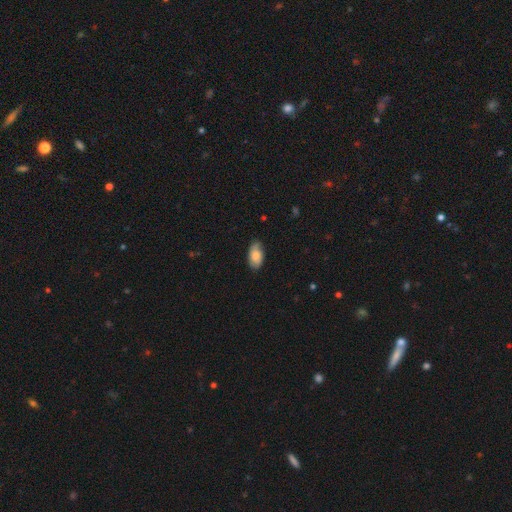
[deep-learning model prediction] This is likely a smooth galaxy (72%). How rounded: clearly in between (94%). Merging: likely none (72%).